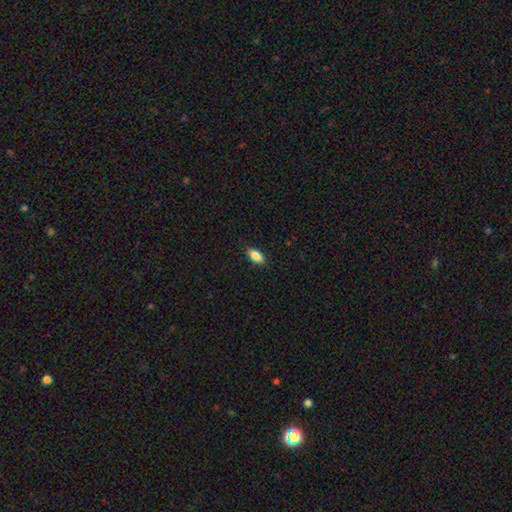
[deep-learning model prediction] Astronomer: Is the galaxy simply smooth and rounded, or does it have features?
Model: smooth — 86%.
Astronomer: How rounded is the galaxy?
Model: in between — 89%.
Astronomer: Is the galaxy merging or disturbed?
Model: none — 88%.